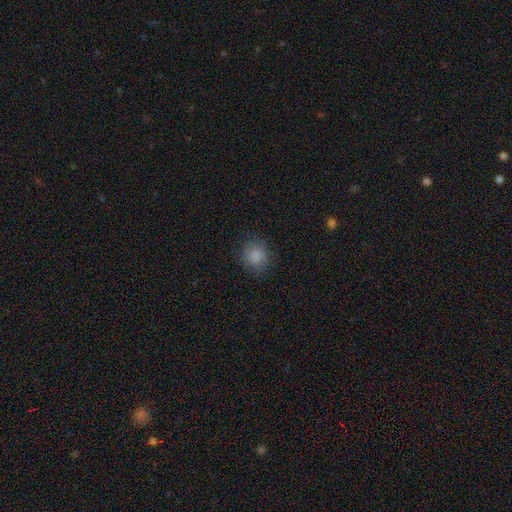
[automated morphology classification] smooth_or_featured: smooth (p=0.85) [alt: star or artifact p=0.09]
how_rounded: round (p=0.82) [alt: in between p=0.17]
merging: none (p=0.82) [alt: minor disturbance p=0.12]